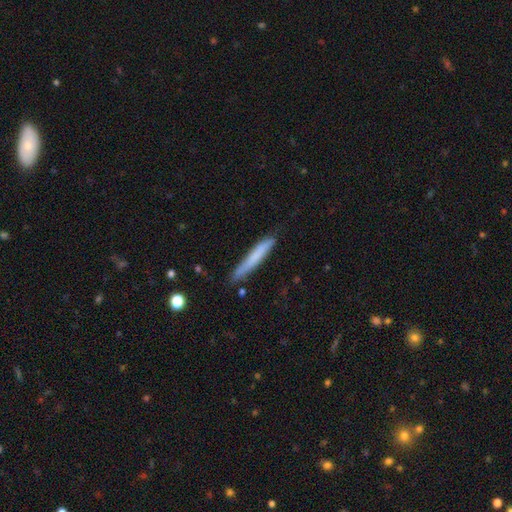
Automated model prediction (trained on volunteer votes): A smooth galaxy with no disk features (71%) that is cigar-shaped (95%). Merging: none (80%).